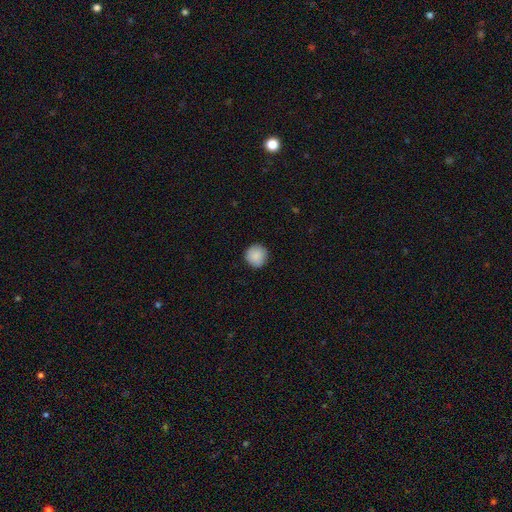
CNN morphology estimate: smooth_or_featured: smooth (p=0.89) [alt: star or artifact p=0.07]
how_rounded: round (p=0.95) [alt: in between p=0.04]
merging: none (p=0.90) [alt: minor disturbance p=0.07]